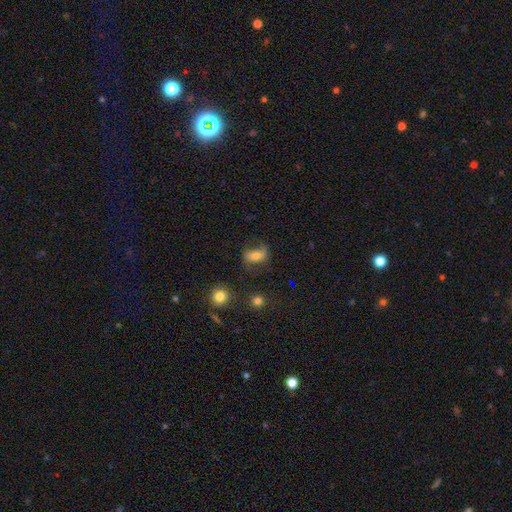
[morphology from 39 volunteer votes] This is possibly a smooth galaxy (49%). How rounded: likely in between (68%). Merging: likely none (65%).